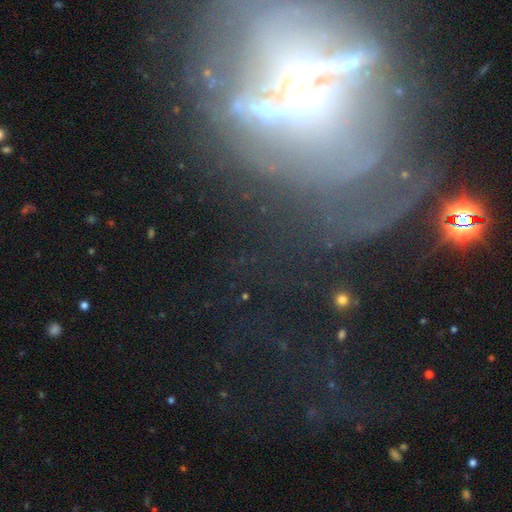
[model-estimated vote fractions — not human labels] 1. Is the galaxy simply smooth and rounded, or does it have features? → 61% featured or disk, 25% star or artifact, 14% smooth.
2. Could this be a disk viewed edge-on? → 75% no, 25% yes.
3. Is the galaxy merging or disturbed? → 49% none, 28% major disturbance, 16% minor disturbance, 8% merger.